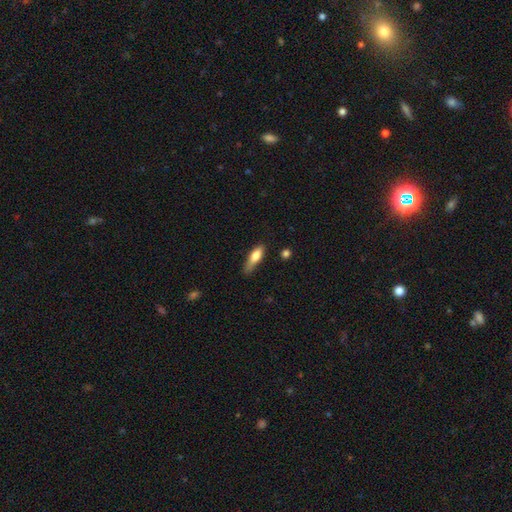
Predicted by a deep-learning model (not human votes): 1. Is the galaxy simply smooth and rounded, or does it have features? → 71% smooth, 22% featured or disk, 7% star or artifact.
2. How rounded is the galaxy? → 52% cigar-shaped, 45% in between, 3% round.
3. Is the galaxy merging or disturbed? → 52% none, 34% minor disturbance, 10% major disturbance, 3% merger.